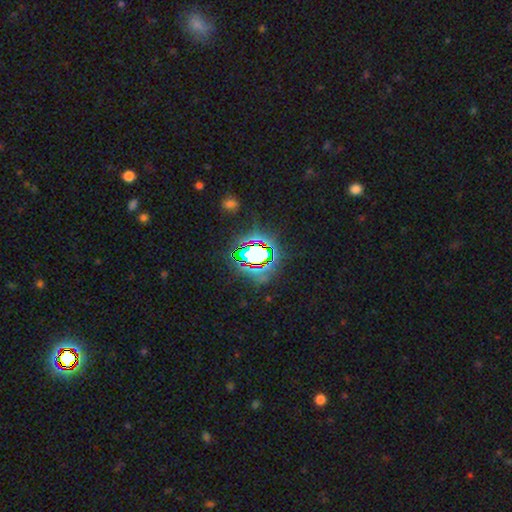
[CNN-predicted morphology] This appears to be a star or artifact, not a galaxy (71%).